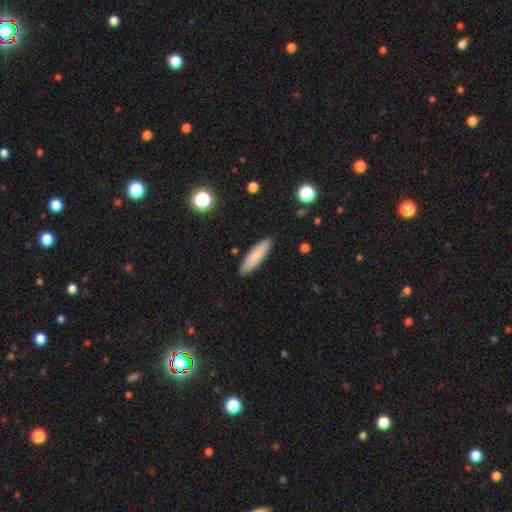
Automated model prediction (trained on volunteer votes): A smooth galaxy with no disk features (83%) that is cigar-shaped (72%). Merging: none (90%).